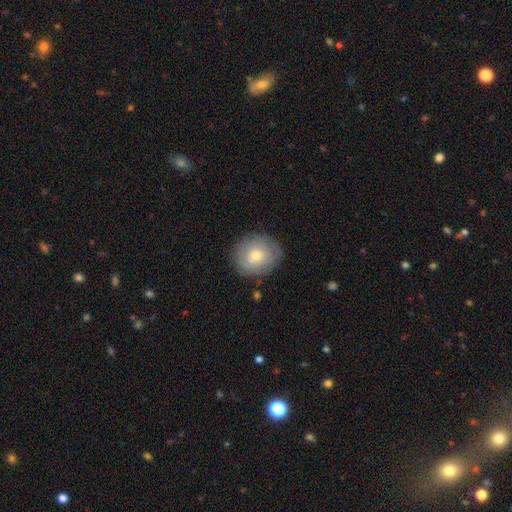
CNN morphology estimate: type=smooth (65%); roundness=round (82%); merging=none (83%).